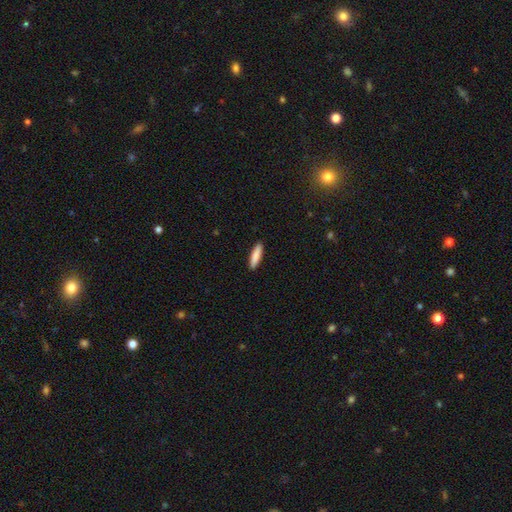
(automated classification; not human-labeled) This is clearly a smooth galaxy (86%). How rounded: likely cigar-shaped (78%). Merging: clearly none (91%).